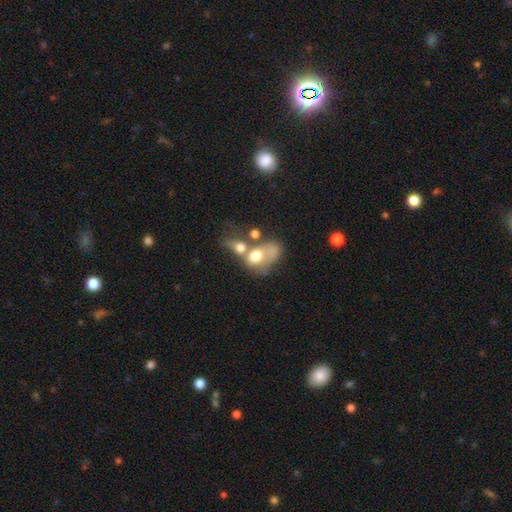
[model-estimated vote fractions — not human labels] Smooth or featured: smooth — 60% (featured or disk — 28%)
How rounded: in between — 71% (round — 27%)
Merging: merger — 62% (major disturbance — 17%)